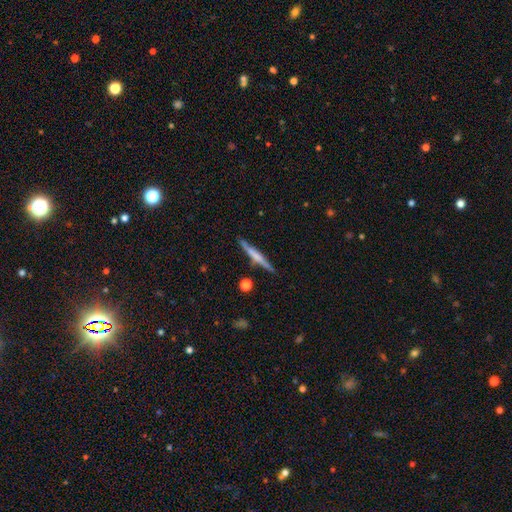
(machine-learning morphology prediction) A featured or disk galaxy (51%) viewed edge-on (97%).

Vote fractions:
- Smooth or featured? featured or disk: 51% / smooth: 43% / star or artifact: 6%
- Edge-on disk? yes: 97% / no: 3%
- Merging? none: 85% / minor disturbance: 10% / merger: 3% / major disturbance: 2%